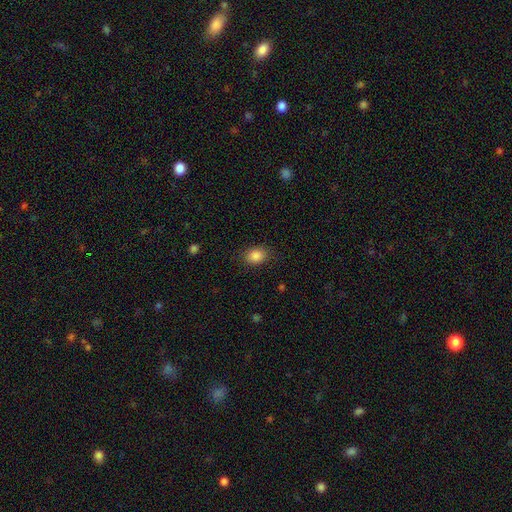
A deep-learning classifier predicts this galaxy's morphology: Smooth or featured?
  - smooth: 86% *
  - star or artifact: 9%
  - featured or disk: 4%
How rounded?
  - in between: 59% *
  - round: 40%
  - cigar-shaped: 1%
Merging?
  - none: 85% *
  - minor disturbance: 11%
  - major disturbance: 3%
  - merger: 1%